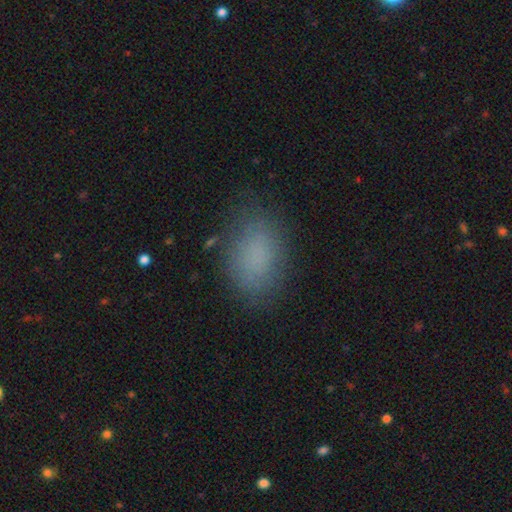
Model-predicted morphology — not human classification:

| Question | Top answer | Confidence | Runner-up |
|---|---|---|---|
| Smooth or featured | smooth | 83% | star or artifact (10%) |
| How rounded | in between | 84% | round (14%) |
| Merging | none | 80% | minor disturbance (14%) |